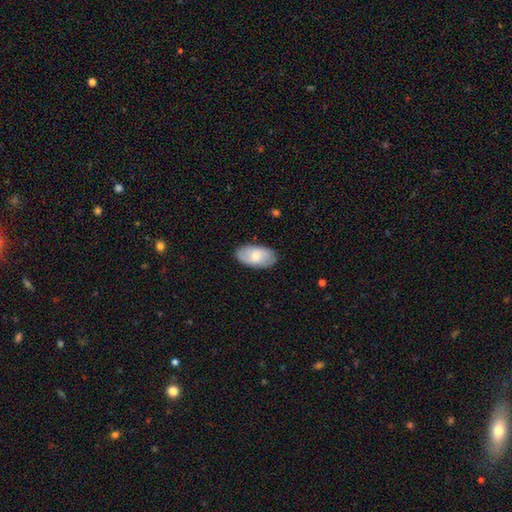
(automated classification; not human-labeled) smooth_or_featured: smooth (p=0.67) [alt: featured or disk p=0.27]
how_rounded: in between (p=0.95) [alt: round p=0.03]
merging: none (p=0.83) [alt: minor disturbance p=0.13]